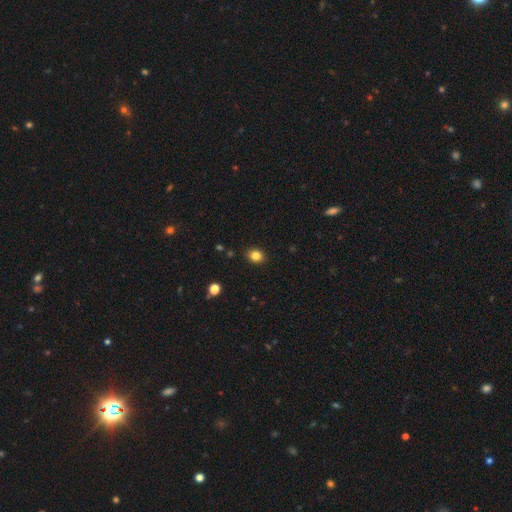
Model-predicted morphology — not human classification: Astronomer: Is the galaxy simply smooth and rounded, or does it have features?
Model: smooth — 83%.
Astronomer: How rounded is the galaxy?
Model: round — 56% (runner-up: in between, 43%).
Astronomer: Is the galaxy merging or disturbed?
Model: none — 89%.